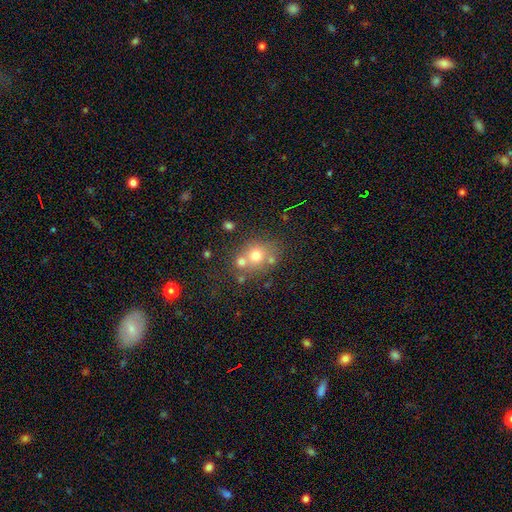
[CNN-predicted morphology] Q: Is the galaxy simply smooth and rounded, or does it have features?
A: smooth — 66%.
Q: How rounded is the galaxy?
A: round — 76%.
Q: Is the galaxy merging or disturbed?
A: none — 53%.